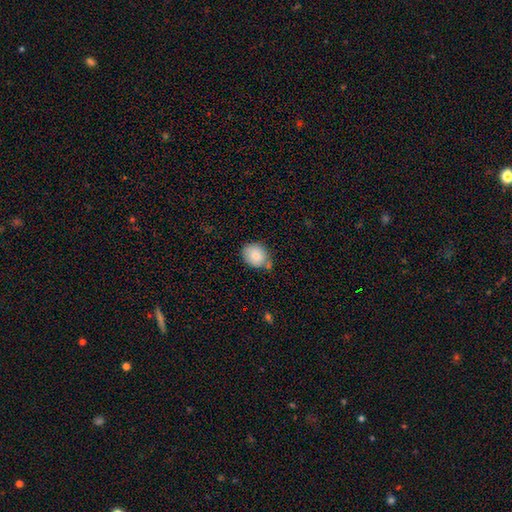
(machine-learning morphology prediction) smooth_or_featured: smooth (p=0.84) [alt: featured or disk p=0.08]
how_rounded: round (p=0.54) [alt: in between p=0.46]
merging: none (p=0.62) [alt: minor disturbance p=0.24]